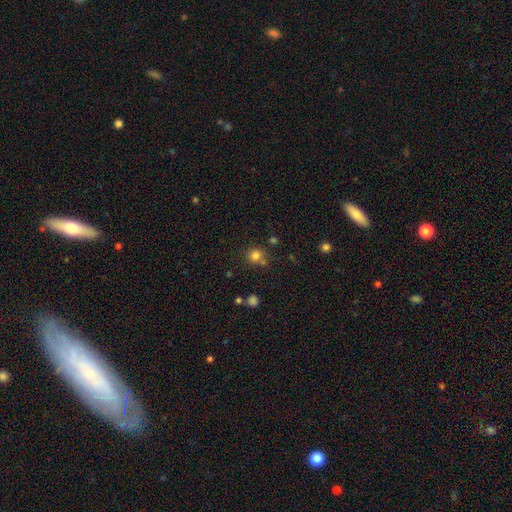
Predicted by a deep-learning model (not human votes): This is likely a smooth galaxy (79%). How rounded: clearly round (89%). Merging: likely none (69%).